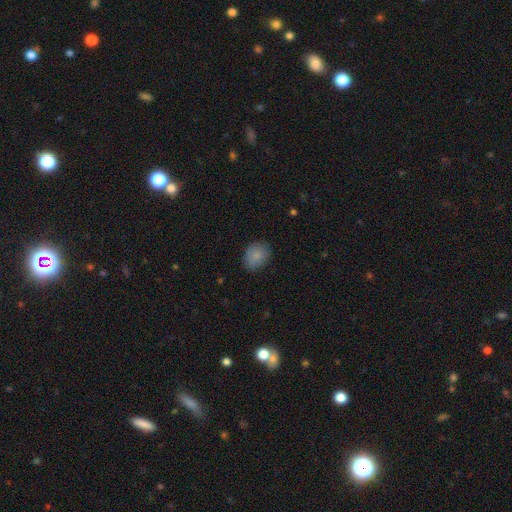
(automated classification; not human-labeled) smooth 85%, star or artifact 8%, featured or disk 7%. Down the decision tree: how rounded — in between (54%); merging — none (82%).